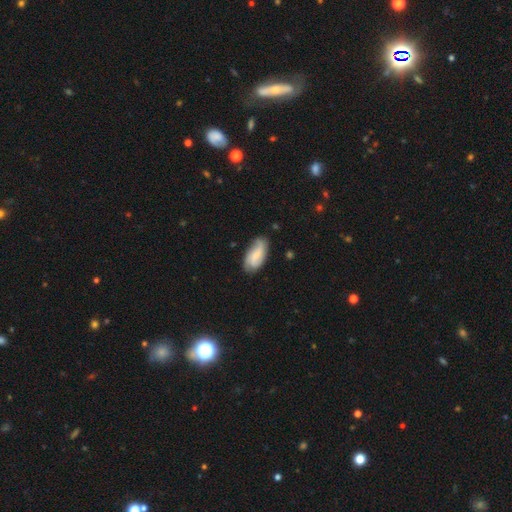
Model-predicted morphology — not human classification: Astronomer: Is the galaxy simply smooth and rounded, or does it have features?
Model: featured or disk — 51% (runner-up: smooth, 43%).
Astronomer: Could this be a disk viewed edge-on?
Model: no — 94%.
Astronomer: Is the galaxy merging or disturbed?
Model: none — 73%.